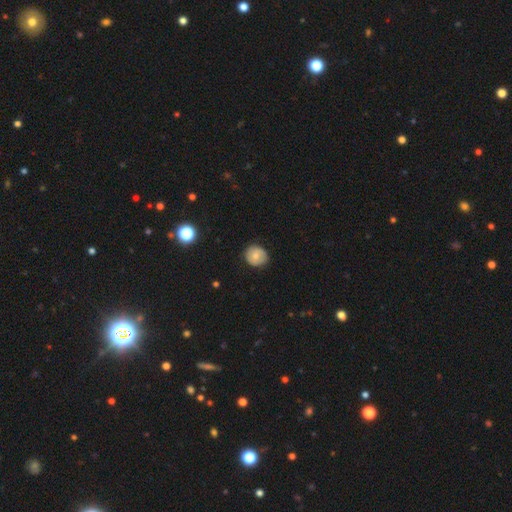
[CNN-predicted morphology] A smooth galaxy with no disk features (67%) that is round (81%). Merging: none (82%).